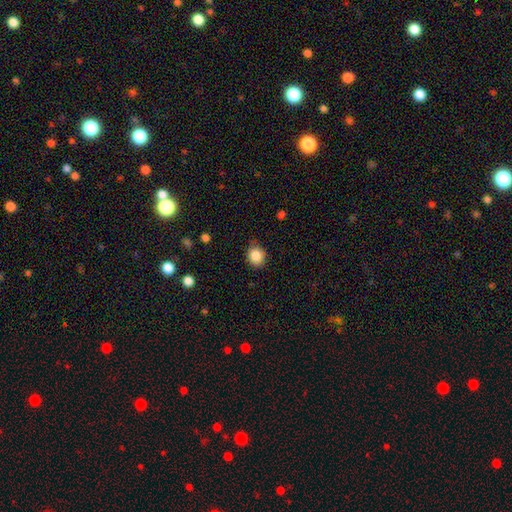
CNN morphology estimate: A smooth galaxy with no disk features (86%) that is round (74%). Merging: none (80%).